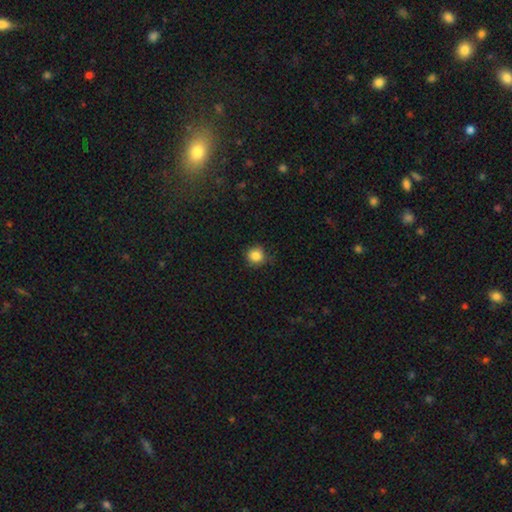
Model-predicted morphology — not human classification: smooth_or_featured: smooth (p=0.85) [alt: star or artifact p=0.11]
how_rounded: round (p=0.92) [alt: in between p=0.07]
merging: none (p=0.79) [alt: minor disturbance p=0.17]